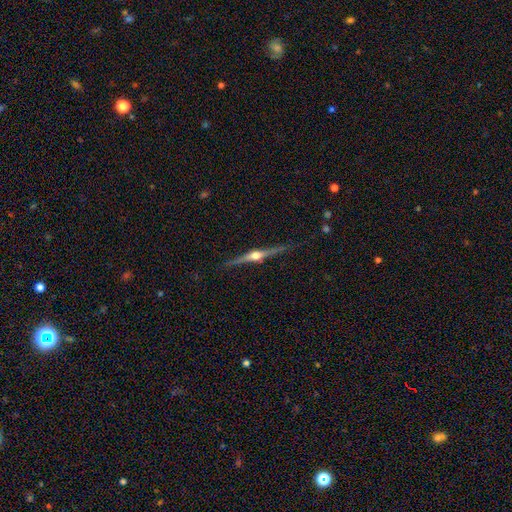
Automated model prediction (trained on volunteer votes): A featured or disk galaxy (84%) viewed edge-on (98%) with a rounded central bulge (95%). Merging: none (88%).